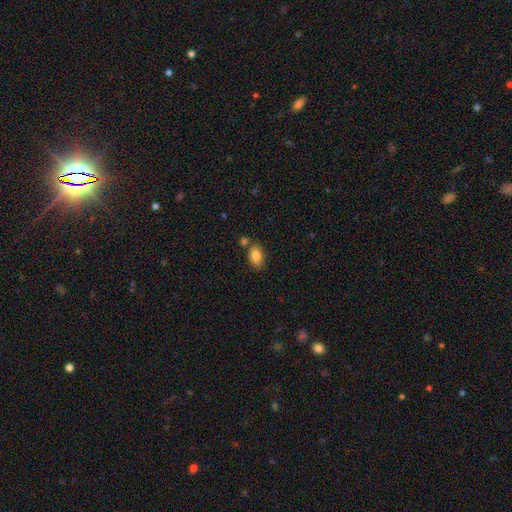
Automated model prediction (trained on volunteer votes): A smooth galaxy with no disk features (85%) that is in between round and cigar-shaped (86%).

Vote fractions:
- Smooth or featured? smooth: 85% / star or artifact: 8% / featured or disk: 7%
- How rounded? in between: 86% / round: 12% / cigar-shaped: 2%
- Merging? none: 72% / minor disturbance: 14% / merger: 12% / major disturbance: 3%